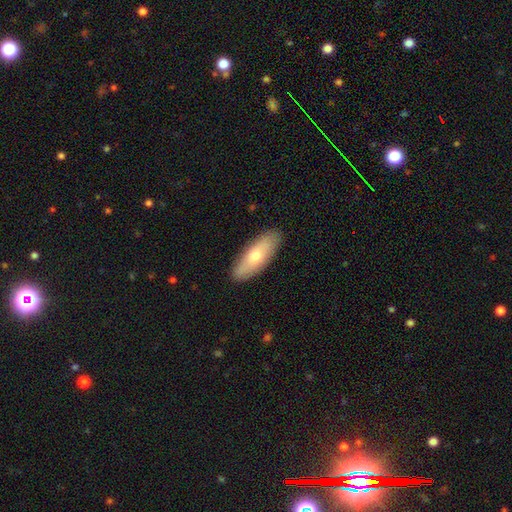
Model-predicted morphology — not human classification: Smooth or featured? smooth (66%)
How rounded? in between (65%)
Merging? none (88%)